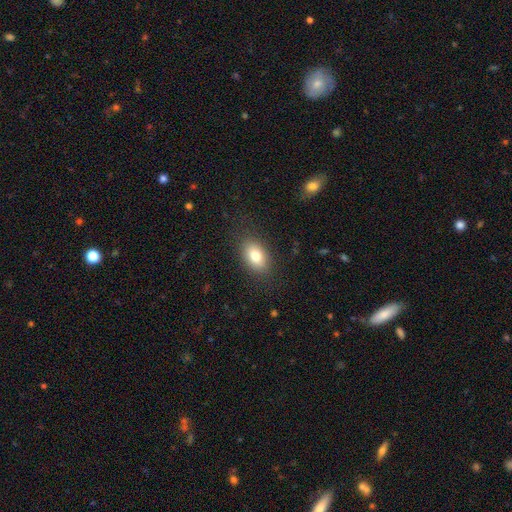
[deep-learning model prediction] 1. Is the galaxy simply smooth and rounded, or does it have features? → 79% smooth, 12% featured or disk, 9% star or artifact.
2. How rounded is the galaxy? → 85% in between, 13% round, 2% cigar-shaped.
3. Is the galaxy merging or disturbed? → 84% none, 11% minor disturbance, 4% major disturbance, 1% merger.